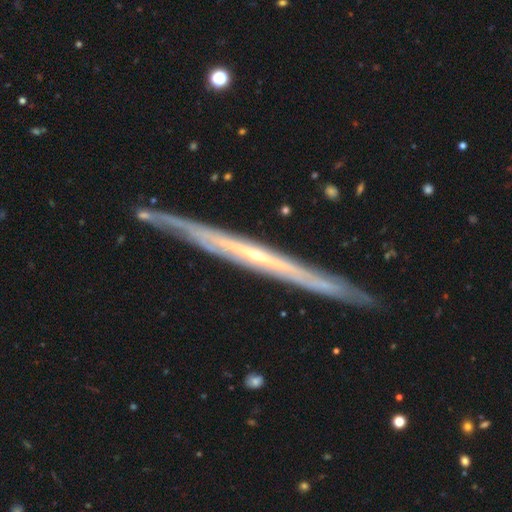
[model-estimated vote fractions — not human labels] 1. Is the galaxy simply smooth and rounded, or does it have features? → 82% featured or disk, 12% smooth, 6% star or artifact.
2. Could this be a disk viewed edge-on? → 94% yes, 6% no.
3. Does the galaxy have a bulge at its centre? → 67% none, 30% rounded, 3% boxy.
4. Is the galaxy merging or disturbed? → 86% none, 11% minor disturbance, 2% major disturbance, 2% merger.